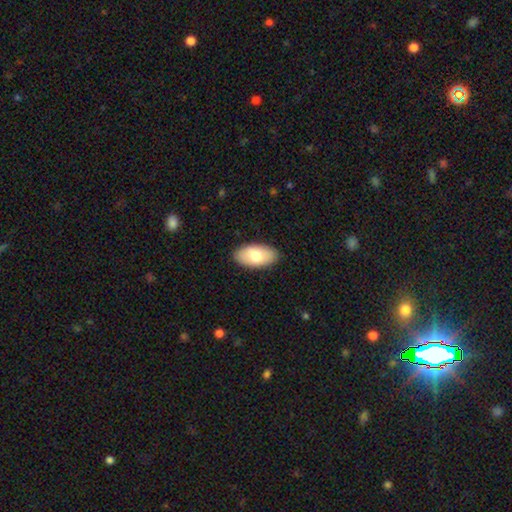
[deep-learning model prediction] Smooth or featured? smooth (75%)
How rounded? in between (95%)
Merging? none (88%)